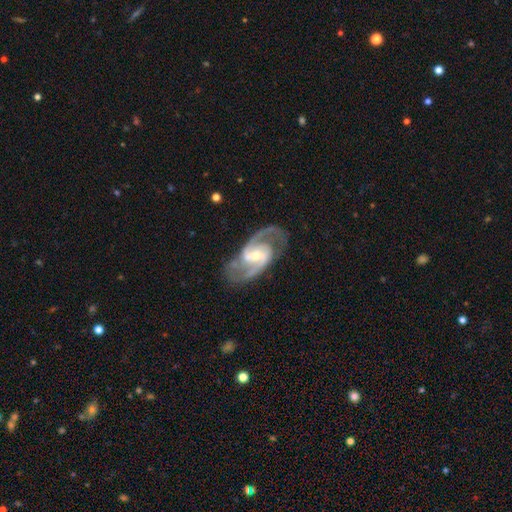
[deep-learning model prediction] This appears to be a featured or disk galaxy (92%) with a weak bar (46%), 2 (90%) medium (62%) spiral arms (98%) and a moderate central bulge (48%). Merging: none (79%).